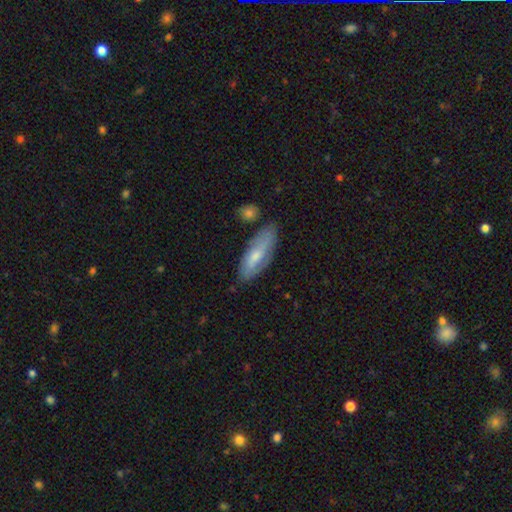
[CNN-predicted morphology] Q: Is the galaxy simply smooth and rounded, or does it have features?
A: smooth — 53%.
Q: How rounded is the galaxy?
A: in between — 66%.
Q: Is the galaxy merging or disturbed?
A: none — 71%.